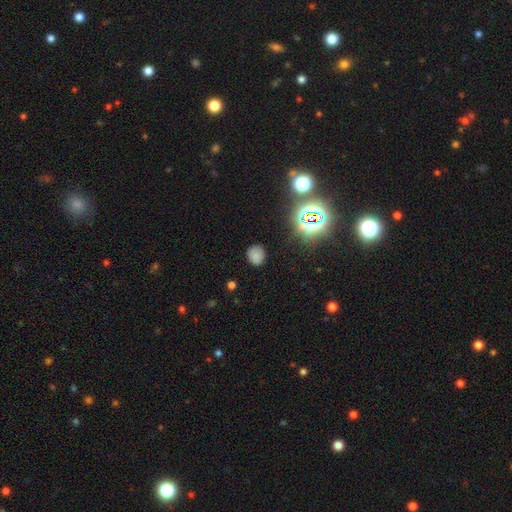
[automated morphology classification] Smooth or featured: smooth — 69% (star or artifact — 21%)
How rounded: round — 72% (in between — 27%)
Merging: none — 79% (minor disturbance — 15%)